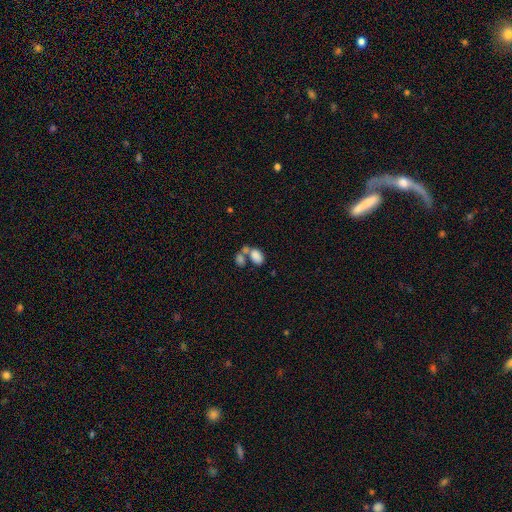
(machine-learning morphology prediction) This is clearly a smooth galaxy (81%). How rounded: clearly in between (88%). Merging: possibly merger (53%).